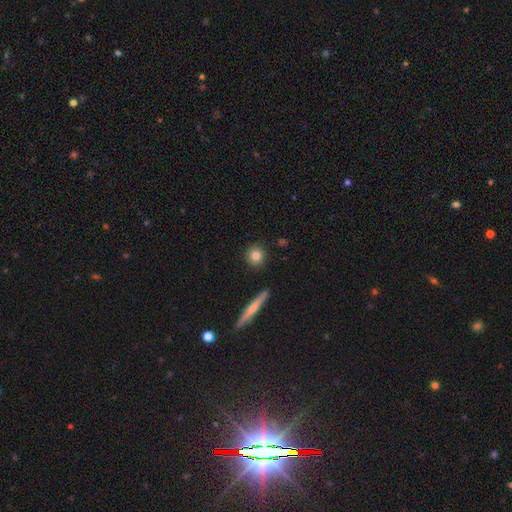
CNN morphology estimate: This is clearly a smooth galaxy (81%). How rounded: clearly round (86%). Merging: clearly none (89%).